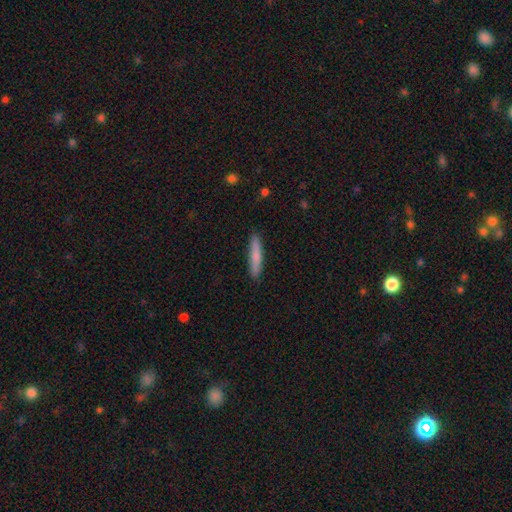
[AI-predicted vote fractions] smooth 77%, featured or disk 17%, star or artifact 6%. Down the decision tree: how rounded — cigar-shaped (92%); merging — none (90%).